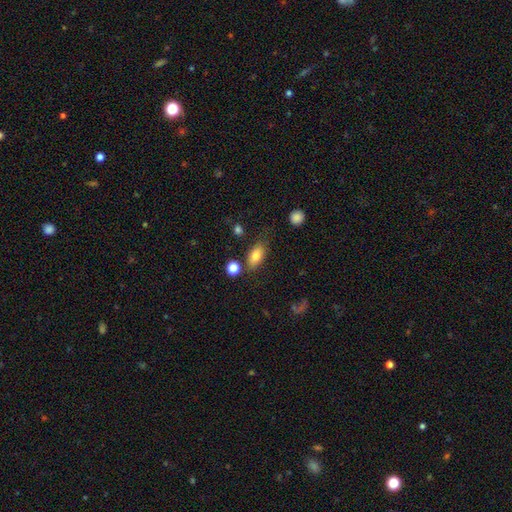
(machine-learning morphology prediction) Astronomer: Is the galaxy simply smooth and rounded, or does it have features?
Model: smooth — 80%.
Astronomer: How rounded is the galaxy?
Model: in between — 85%.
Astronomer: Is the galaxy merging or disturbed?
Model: none — 72%.